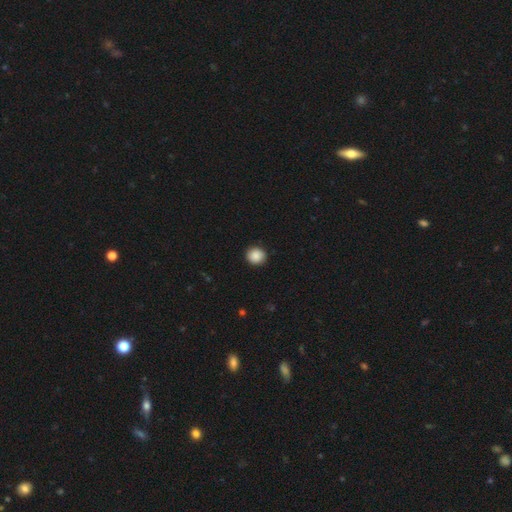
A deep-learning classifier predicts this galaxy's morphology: Q: Smooth or featured?
A: smooth (89%); runner-up: star or artifact (8%)
Q: How rounded?
A: round (87%); runner-up: in between (12%)
Q: Merging?
A: none (90%); runner-up: minor disturbance (7%)